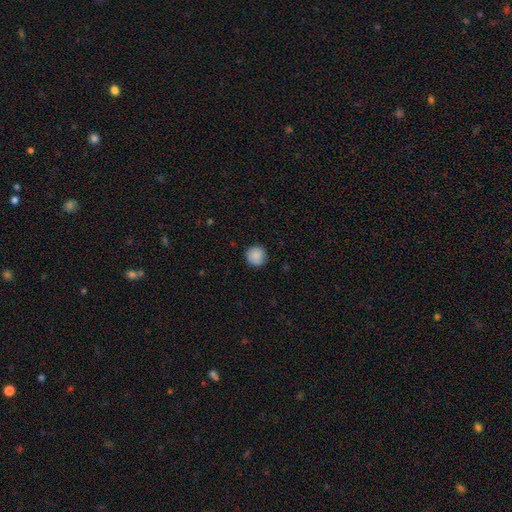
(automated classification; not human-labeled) Smooth or featured? smooth (89%)
How rounded? round (95%)
Merging? none (89%)